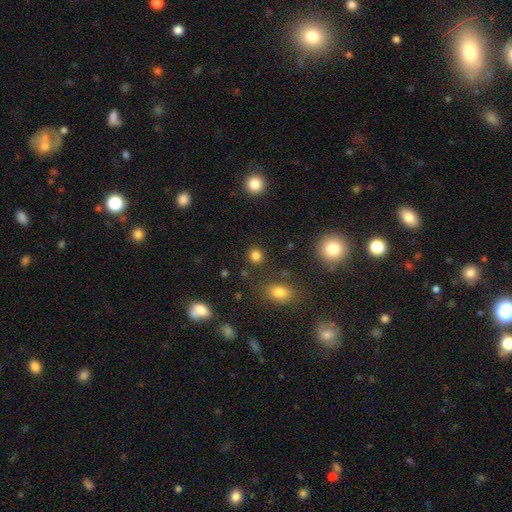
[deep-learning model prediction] The model was most divided on "smooth or featured": smooth: 82%, star or artifact: 13%, featured or disk: 5%. More confident: merging — none (86%); how rounded — round (84%).